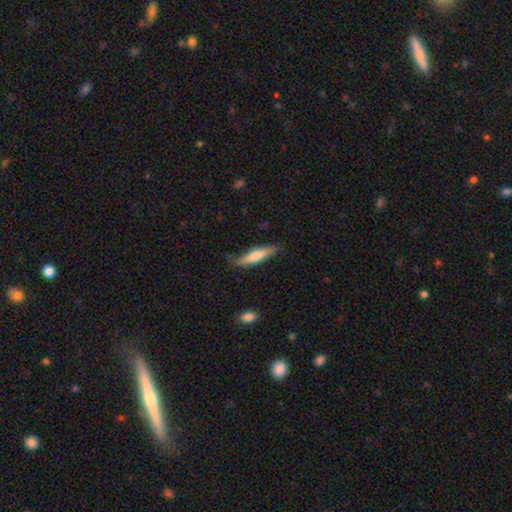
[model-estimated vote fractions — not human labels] Smooth or featured? Predicted: smooth (p=0.67). How rounded? Predicted: cigar-shaped (p=0.80). Merging? Predicted: none (p=0.77).